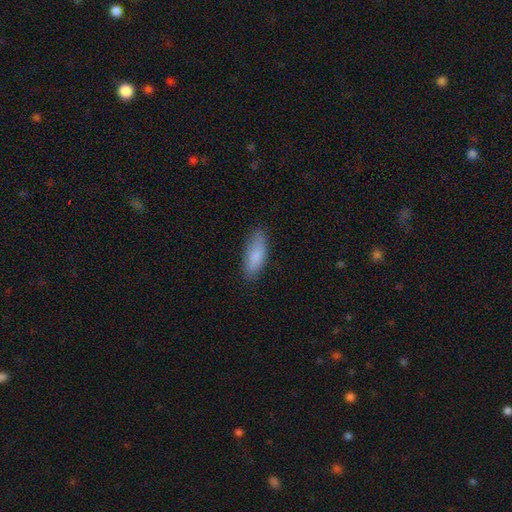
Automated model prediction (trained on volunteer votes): This appears to be a smooth galaxy with no disk features (84%) that is in between round and cigar-shaped (71%). Merging: none (82%).